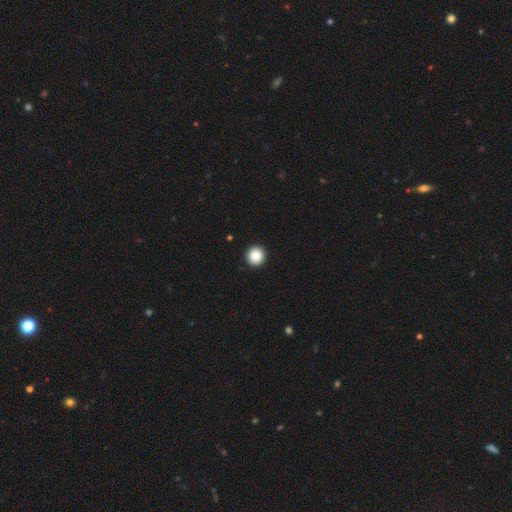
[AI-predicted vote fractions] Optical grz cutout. It shows a smooth galaxy with no disk features (86%) that is round (95%). Merging: none (94%).